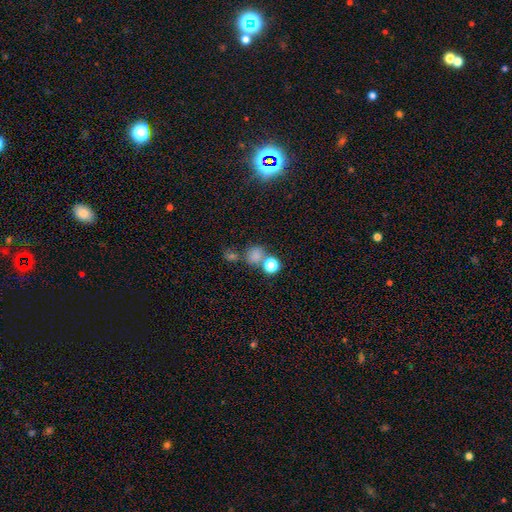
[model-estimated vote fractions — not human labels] Smooth or featured?
  - smooth: 70% *
  - star or artifact: 22%
  - featured or disk: 8%
How rounded?
  - round: 74% *
  - in between: 25%
  - cigar-shaped: 1%
Merging?
  - none: 52% *
  - merger: 30%
  - minor disturbance: 12%
  - major disturbance: 7%